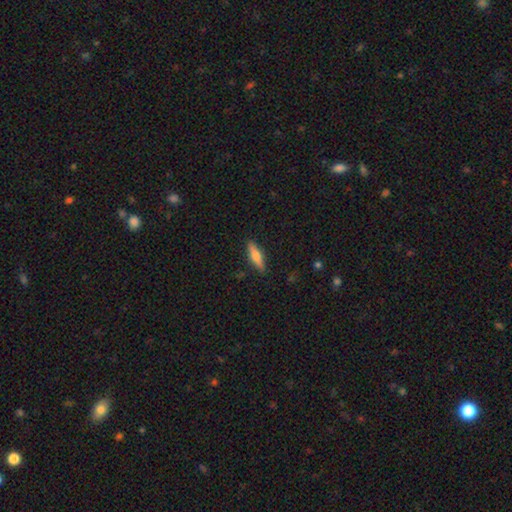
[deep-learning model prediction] Morphology: type=smooth (60%); roundness=cigar-shaped (68%); merging=none (88%).